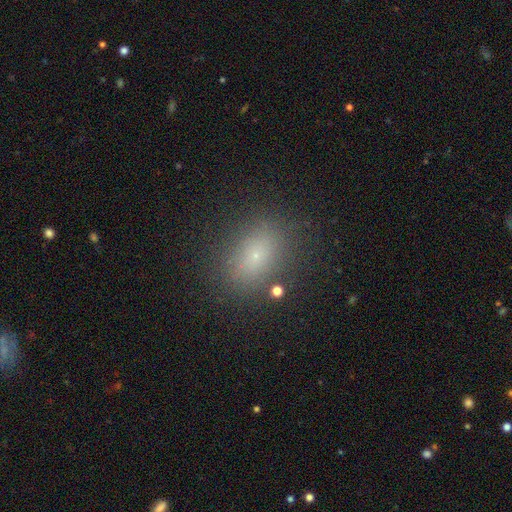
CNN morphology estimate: smooth 70%, star or artifact 18%, featured or disk 13%. Down the decision tree: how rounded — in between (74%); merging — none (82%).